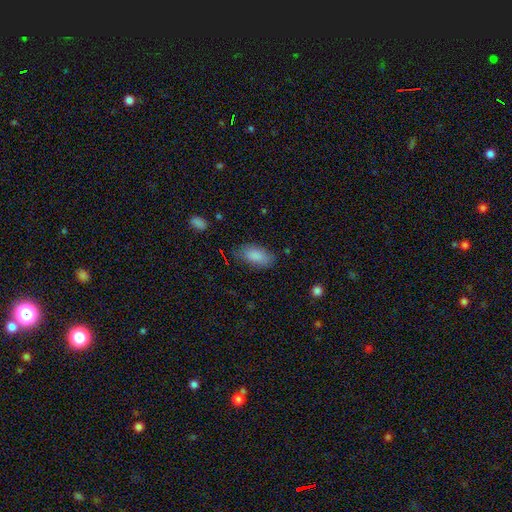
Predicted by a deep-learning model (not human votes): Morphology: type=smooth (87%); roundness=in between (92%); merging=none (76%).